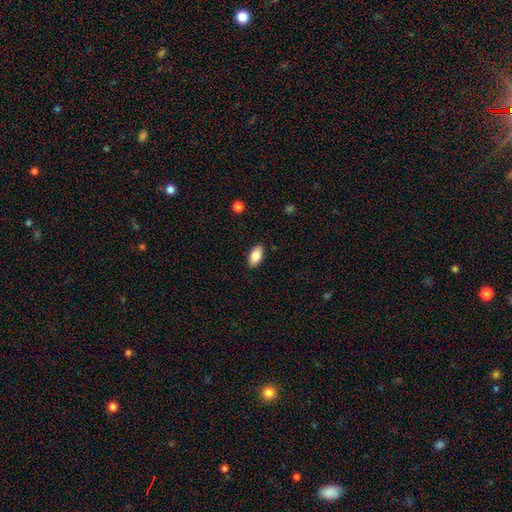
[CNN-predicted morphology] Q: Smooth or featured?
A: smooth (84%); runner-up: featured or disk (9%)
Q: How rounded?
A: in between (93%); runner-up: cigar-shaped (3%)
Q: Merging?
A: none (88%); runner-up: minor disturbance (9%)